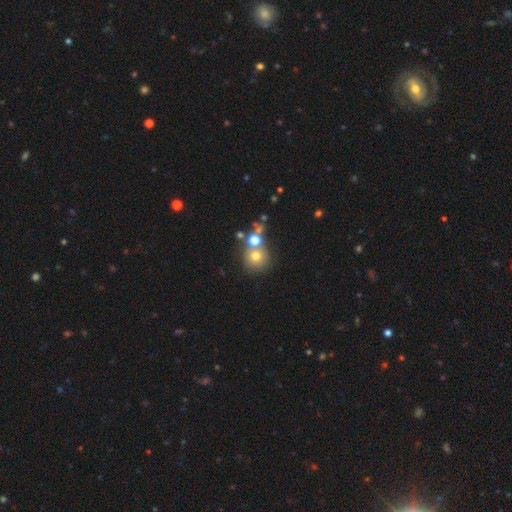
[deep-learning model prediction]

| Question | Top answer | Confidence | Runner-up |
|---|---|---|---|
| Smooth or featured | smooth | 68% | star or artifact (16%) |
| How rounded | round | 89% | in between (10%) |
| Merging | none | 55% | merger (31%) |